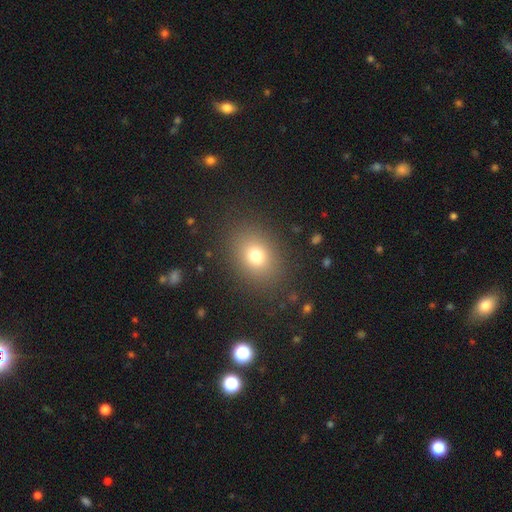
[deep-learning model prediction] Morphology: type=smooth (75%); roundness=in between (55%); merging=none (85%).